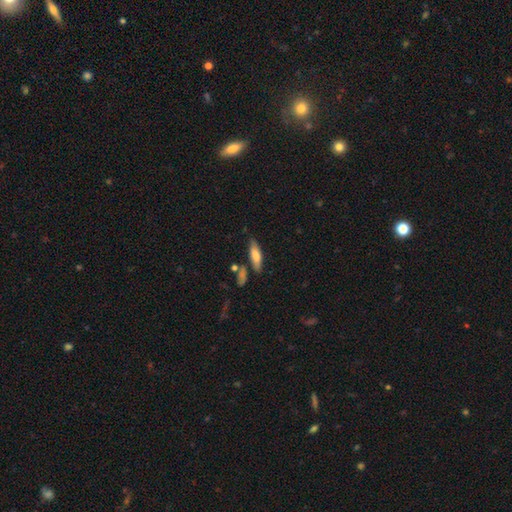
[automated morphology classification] type=smooth (71%); roundness=cigar-shaped (53%); merging=none (72%).